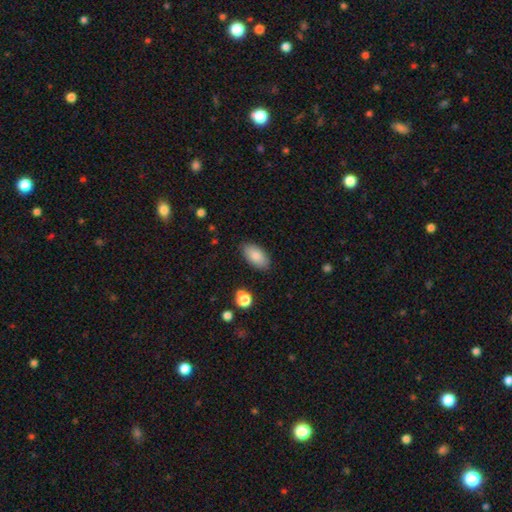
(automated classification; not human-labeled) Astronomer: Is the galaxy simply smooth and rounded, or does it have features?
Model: smooth — 86%.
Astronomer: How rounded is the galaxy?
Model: in between — 94%.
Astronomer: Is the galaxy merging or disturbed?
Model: none — 86%.